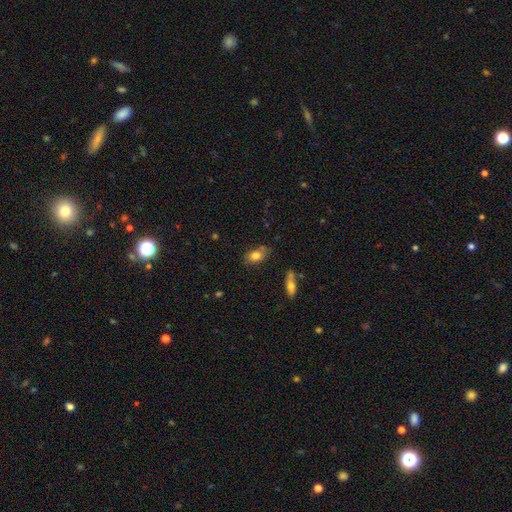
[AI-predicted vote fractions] A smooth galaxy with no disk features (78%) that is in between round and cigar-shaped (83%). Merging: none (65%).